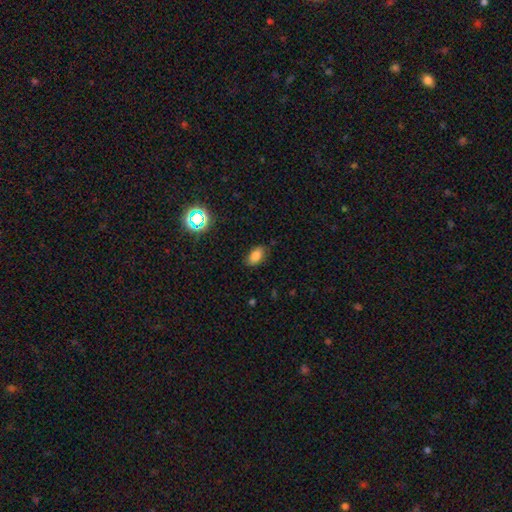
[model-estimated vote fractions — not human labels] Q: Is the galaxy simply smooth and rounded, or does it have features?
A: smooth — 79%.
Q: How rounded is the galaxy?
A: in between — 90%.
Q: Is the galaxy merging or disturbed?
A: none — 83%.